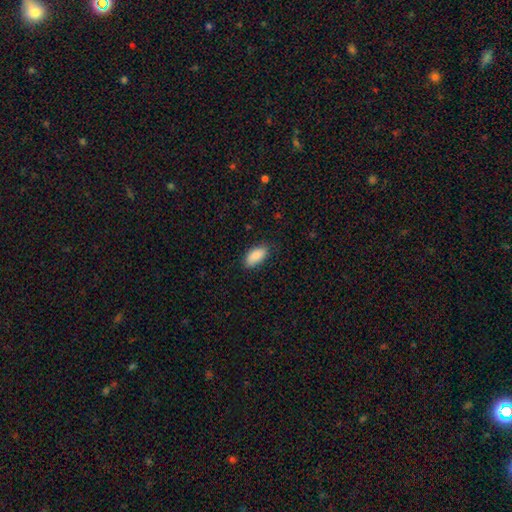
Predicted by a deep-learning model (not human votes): Smooth or featured? Predicted: smooth (p=0.89). How rounded? Predicted: in between (p=0.91). Merging? Predicted: none (p=0.83).